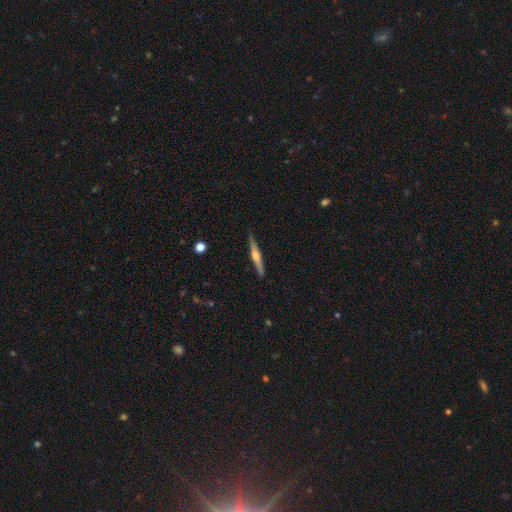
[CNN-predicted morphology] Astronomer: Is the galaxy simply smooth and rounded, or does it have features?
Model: featured or disk — 68%.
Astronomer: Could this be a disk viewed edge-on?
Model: yes — 98%.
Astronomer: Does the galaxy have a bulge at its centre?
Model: rounded — 87%.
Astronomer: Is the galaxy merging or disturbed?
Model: none — 90%.